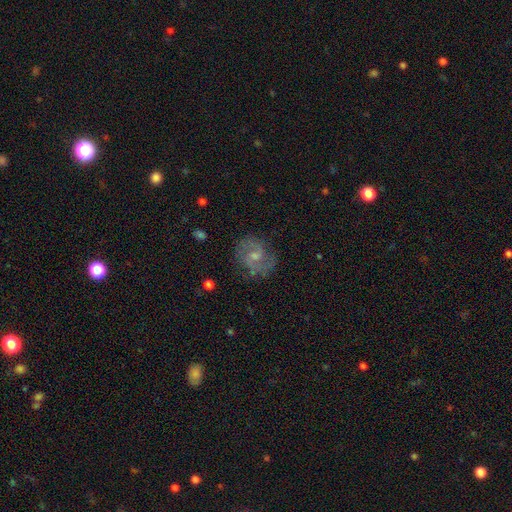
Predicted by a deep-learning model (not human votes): featured or disk 74%, smooth 17%, star or artifact 9%. Down the decision tree: edge-on disk — no (97%); bar — weak (49%); spiral arms — yes (91%); spiral arm count — 2 (79%); spiral winding — medium (52%); bulge size — small (52%); merging — none (76%).